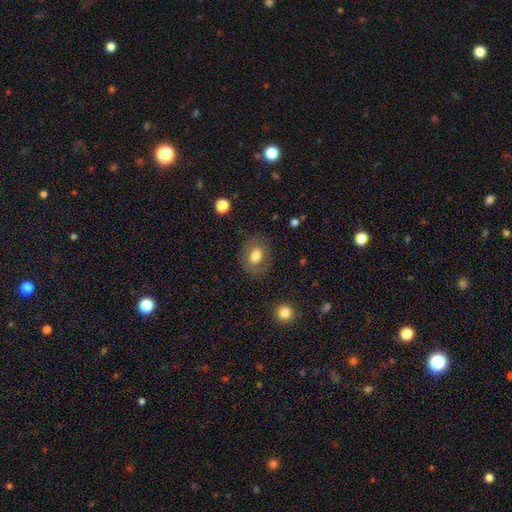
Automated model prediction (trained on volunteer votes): A smooth galaxy with no disk features (75%) that is in between round and cigar-shaped (54%).

Vote fractions:
- Smooth or featured? smooth: 75% / featured or disk: 15% / star or artifact: 9%
- How rounded? in between: 54% / round: 45% / cigar-shaped: 1%
- Merging? none: 82% / minor disturbance: 12% / major disturbance: 5% / merger: 1%